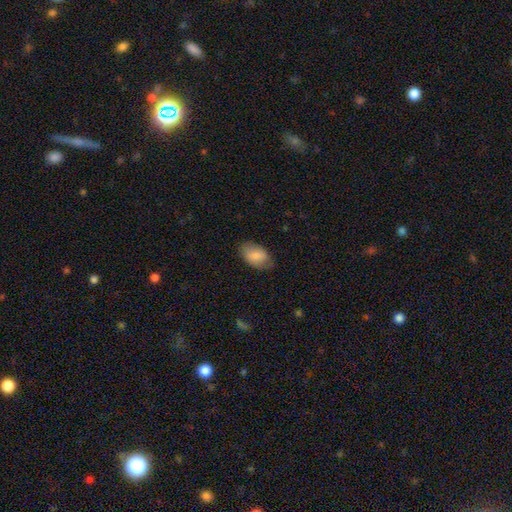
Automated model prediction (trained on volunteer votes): smooth 80%, featured or disk 13%, star or artifact 7%. Down the decision tree: how rounded — in between (92%); merging — none (75%).